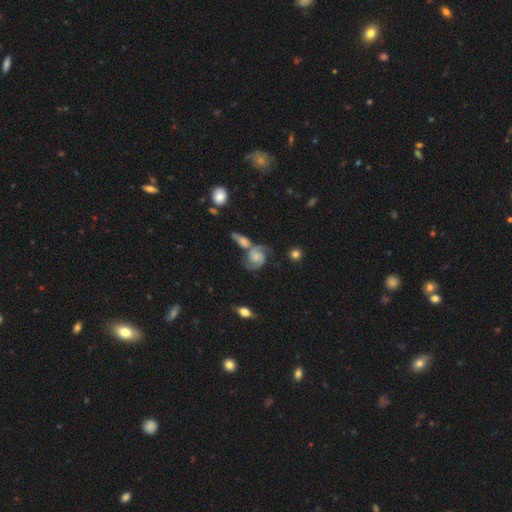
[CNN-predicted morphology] type=featured or disk (85%); edge-on=no (97%); bar=no (62%); spiral arms=yes (97%); winding=medium (52%); arm count=2 (89%); bulge=small (46%); merging=none (43%).